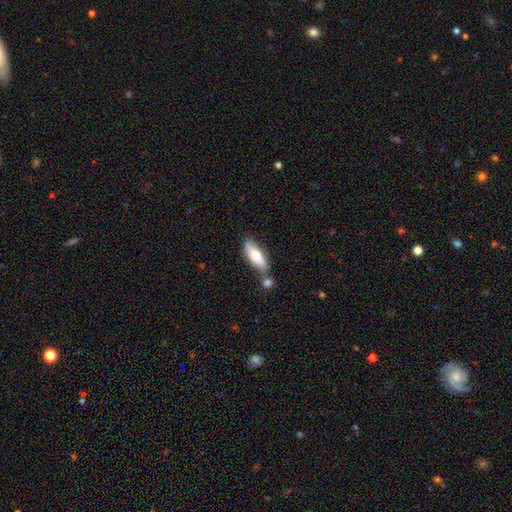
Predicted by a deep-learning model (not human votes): Morphology: type=smooth (66%); roundness=in between (58%); merging=none (57%).